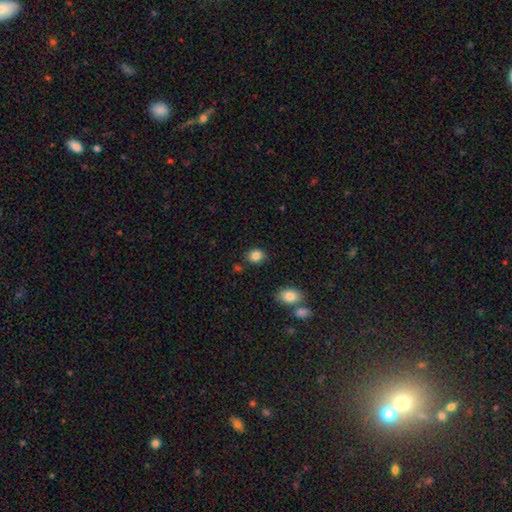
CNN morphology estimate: Smooth or featured? Predicted: smooth (p=0.85). How rounded? Predicted: round (p=0.60). Merging? Predicted: none (p=0.80).